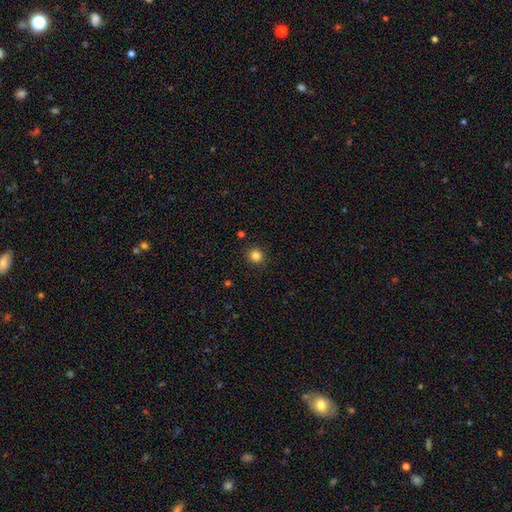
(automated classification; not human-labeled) smooth_or_featured: smooth (p=0.83) [alt: star or artifact p=0.12]
how_rounded: round (p=0.91) [alt: in between p=0.08]
merging: none (p=0.91) [alt: minor disturbance p=0.05]